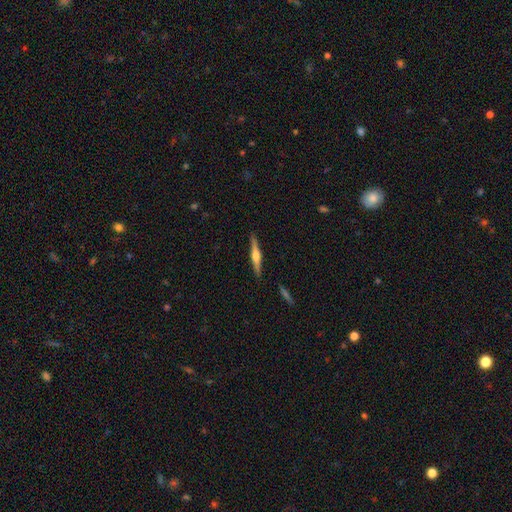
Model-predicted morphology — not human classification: Overall: featured or disk (70%). Edge-on disk: yes (98%). Edge-on bulge: rounded (89%). Merging: none (90%).